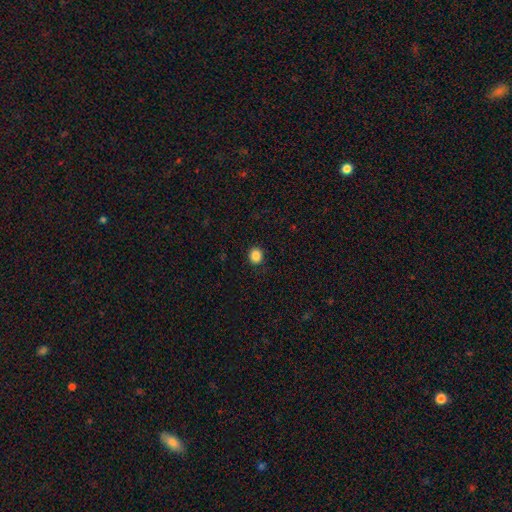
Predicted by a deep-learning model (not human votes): smooth 86%, star or artifact 10%, featured or disk 3%. Down the decision tree: how rounded — round (84%); merging — none (91%).